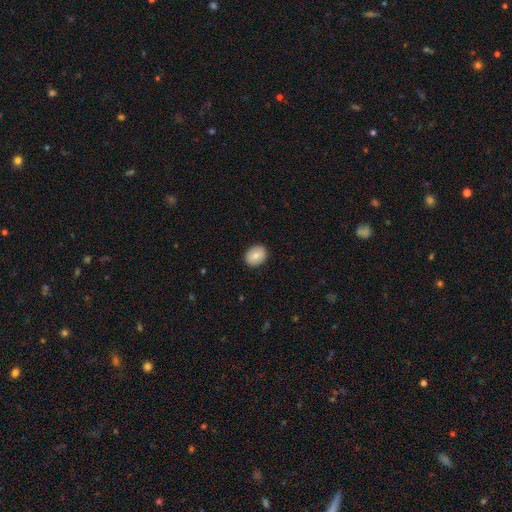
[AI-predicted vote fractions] Morphology: type=smooth (78%); roundness=in between (54%); merging=none (89%).